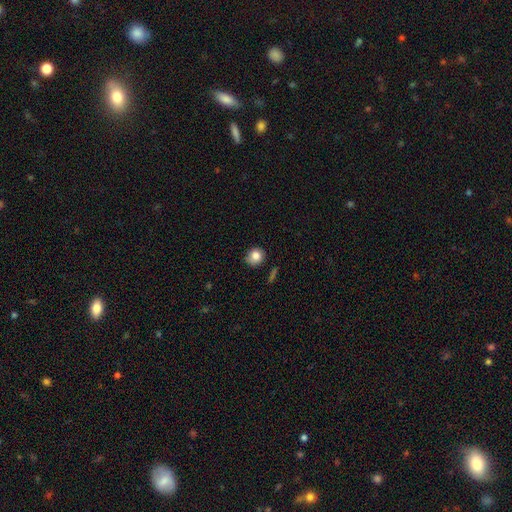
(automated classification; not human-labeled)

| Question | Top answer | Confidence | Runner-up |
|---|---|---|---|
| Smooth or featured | smooth | 82% | star or artifact (10%) |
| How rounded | round | 80% | in between (19%) |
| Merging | none | 77% | minor disturbance (17%) |